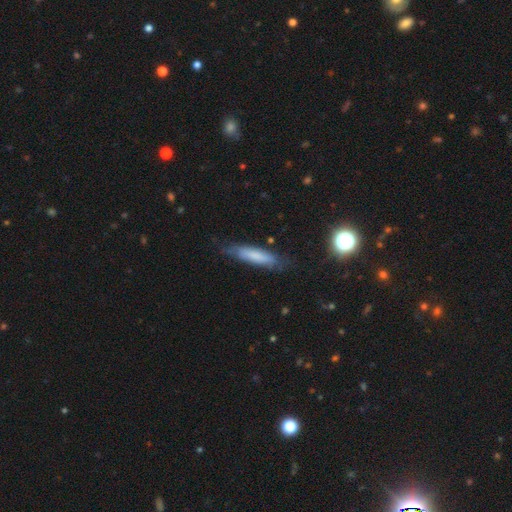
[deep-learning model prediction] A smooth galaxy with no disk features (70%) that is cigar-shaped (78%). Merging: none (71%).